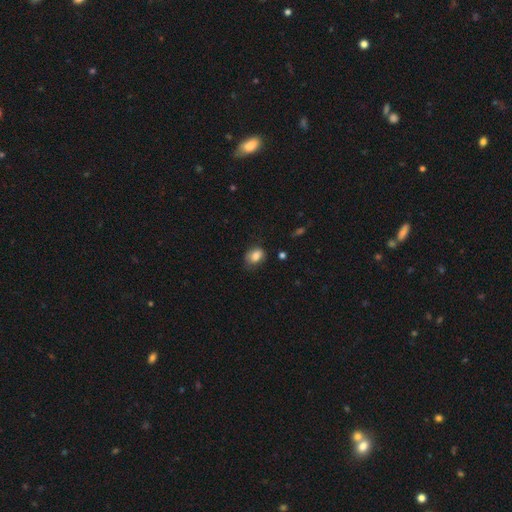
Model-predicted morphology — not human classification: Smooth or featured? Predicted: smooth (p=0.82). How rounded? Predicted: in between (p=0.72). Merging? Predicted: none (p=0.58).